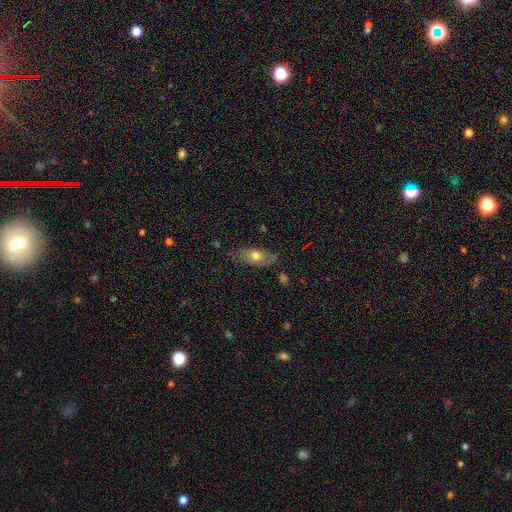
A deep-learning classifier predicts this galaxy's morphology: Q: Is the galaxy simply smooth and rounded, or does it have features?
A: smooth — 60%.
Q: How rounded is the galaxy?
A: in between — 80%.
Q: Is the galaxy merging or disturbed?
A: none — 72%.